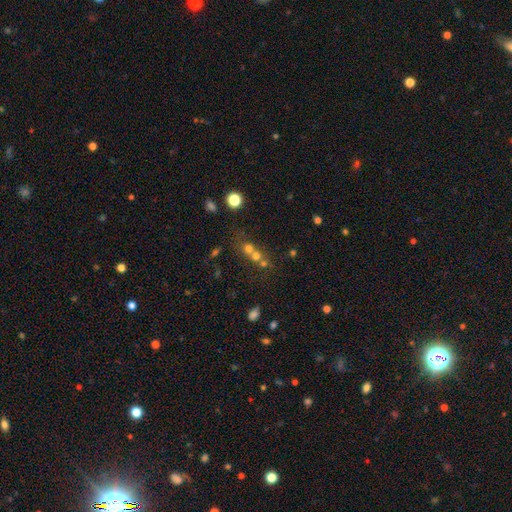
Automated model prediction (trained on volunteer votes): Smooth or featured? Predicted: smooth (p=0.59). How rounded? Predicted: round (p=0.79). Merging? Predicted: merger (p=0.55).